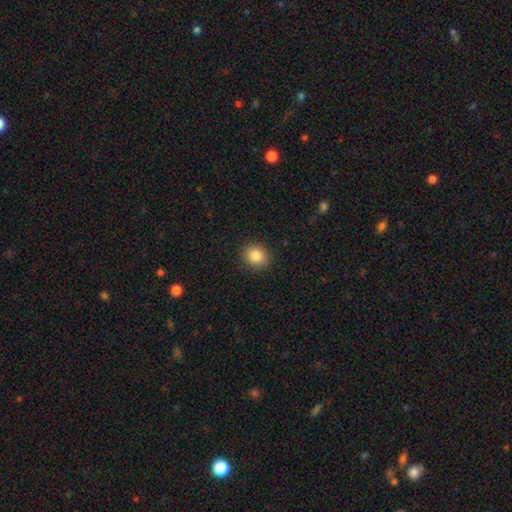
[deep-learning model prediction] smooth-or-featured: smooth: 85% | star or artifact: 10% | featured or disk: 5%
  how-rounded: round: 76% | in between: 23% | cigar-shaped: 1%
  merging: none: 90% | minor disturbance: 7% | major disturbance: 2% | merger: 1%